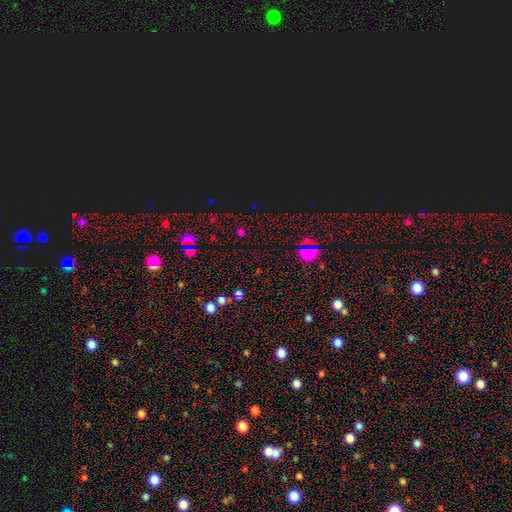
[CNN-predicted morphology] Smooth or featured? Predicted: star or artifact (p=0.59).